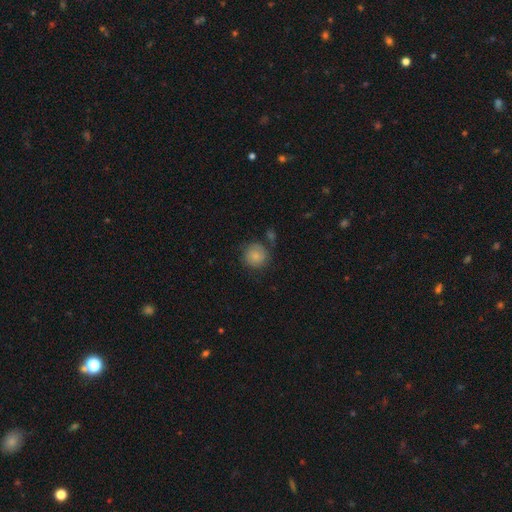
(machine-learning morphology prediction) smooth 79%, featured or disk 13%, star or artifact 8%. Down the decision tree: how rounded — round (92%); merging — none (71%).